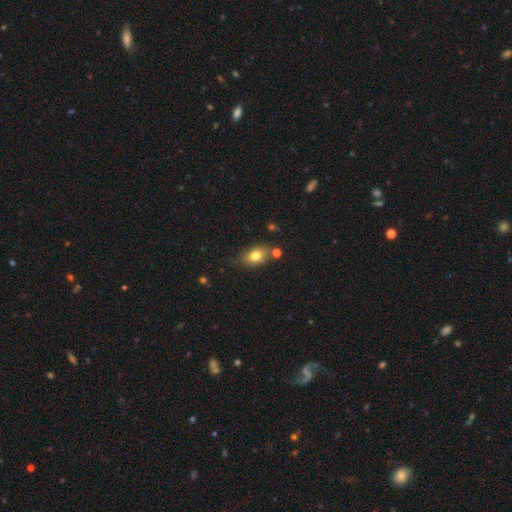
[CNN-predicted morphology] Smooth or featured? smooth (77%)
How rounded? in between (82%)
Merging? none (67%)